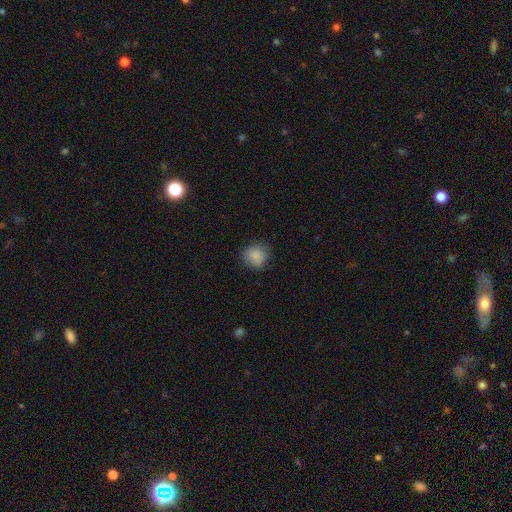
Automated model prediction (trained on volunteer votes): Morphology: type=smooth (86%); roundness=round (87%); merging=none (81%).